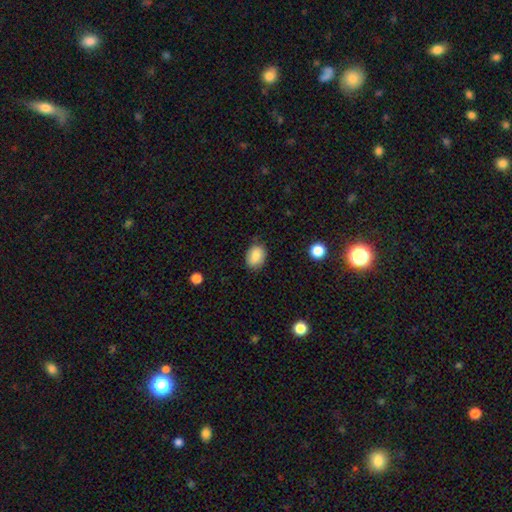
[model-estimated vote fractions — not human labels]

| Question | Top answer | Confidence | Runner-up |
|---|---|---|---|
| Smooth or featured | smooth | 84% | featured or disk (8%) |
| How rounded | in between | 70% | round (29%) |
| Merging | none | 80% | minor disturbance (16%) |